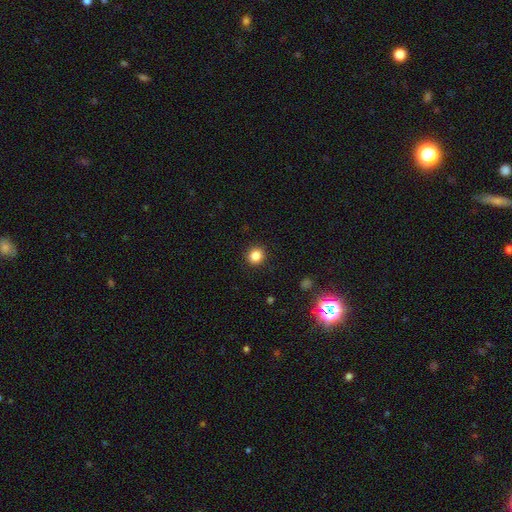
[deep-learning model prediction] A smooth galaxy with no disk features (84%) that is round (87%). Merging: none (91%).